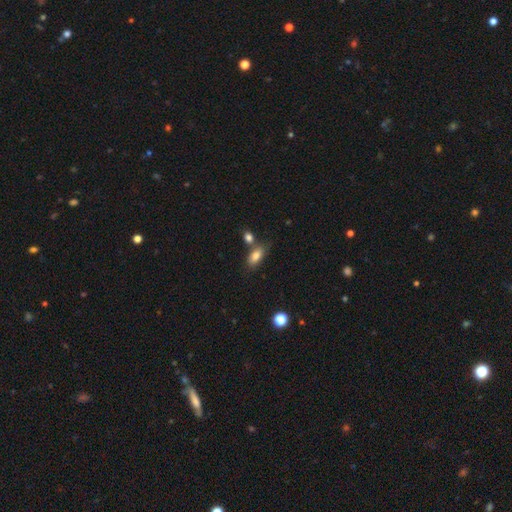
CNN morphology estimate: Smooth or featured? Predicted: smooth (p=0.82). How rounded? Predicted: in between (p=0.87). Merging? Predicted: none (p=0.60).